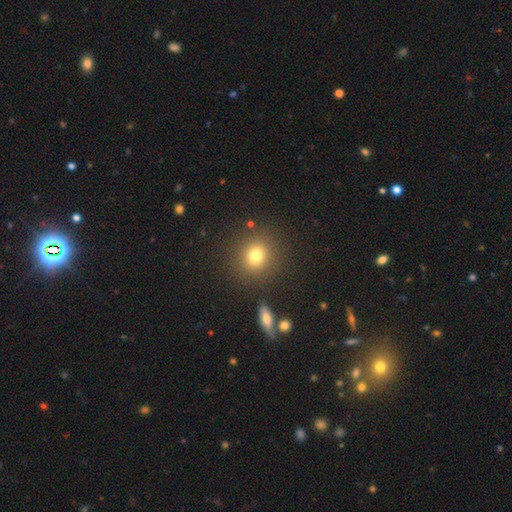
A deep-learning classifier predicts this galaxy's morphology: Overall: smooth (78%). How rounded: round (80%). Merging: none (85%).